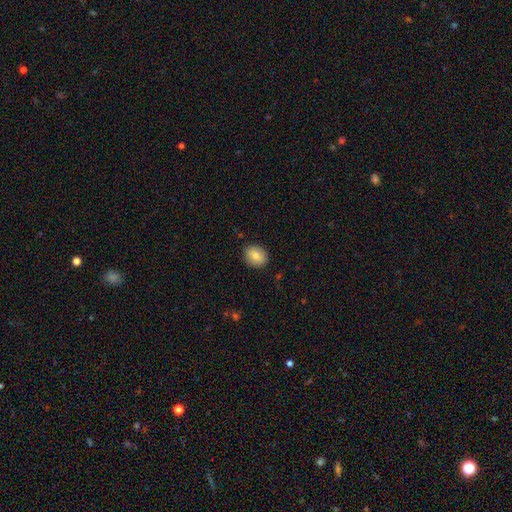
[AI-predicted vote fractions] smooth_or_featured: smooth (p=0.83) [alt: featured or disk p=0.09]
how_rounded: round (p=0.55) [alt: in between p=0.44]
merging: none (p=0.88) [alt: minor disturbance p=0.09]